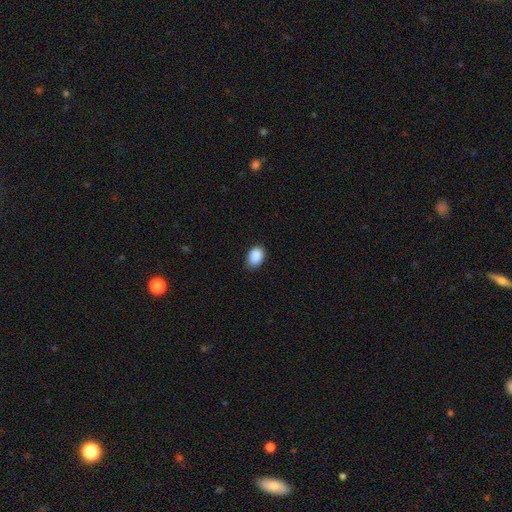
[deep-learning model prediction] Smooth or featured?
  - smooth: 90% *
  - star or artifact: 8%
  - featured or disk: 3%
How rounded?
  - in between: 81% *
  - round: 18%
  - cigar-shaped: 1%
Merging?
  - none: 79% *
  - minor disturbance: 17%
  - major disturbance: 3%
  - merger: 1%